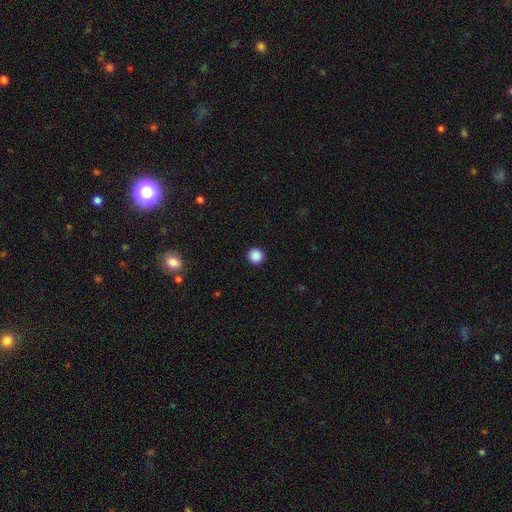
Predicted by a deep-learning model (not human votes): Smooth or featured: smooth — 88% (star or artifact — 10%)
How rounded: round — 95% (in between — 4%)
Merging: none — 93% (minor disturbance — 4%)